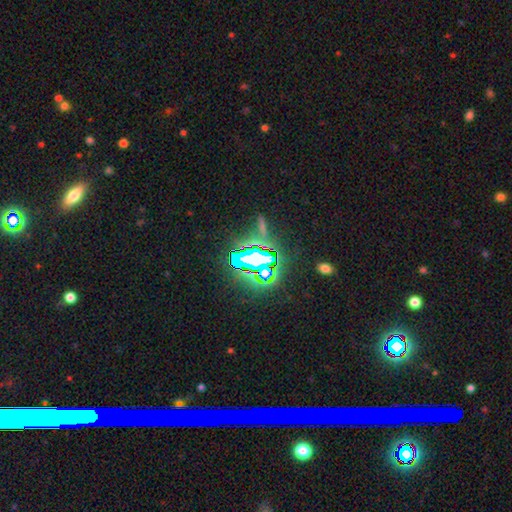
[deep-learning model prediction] This is likely a star or artifact rather than a galaxy (73%).